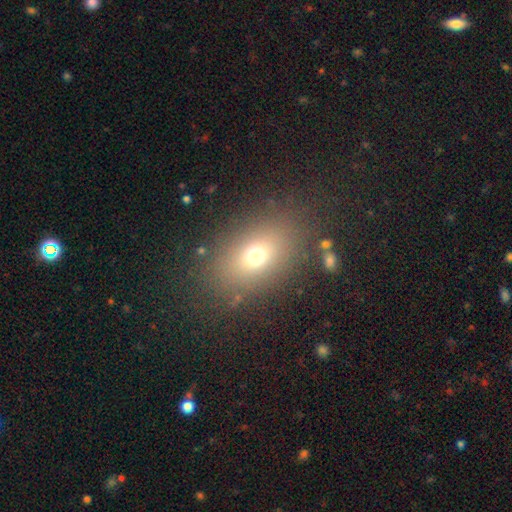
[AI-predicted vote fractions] A smooth galaxy with no disk features (69%) that is in between round and cigar-shaped (76%). Merging: none (82%).